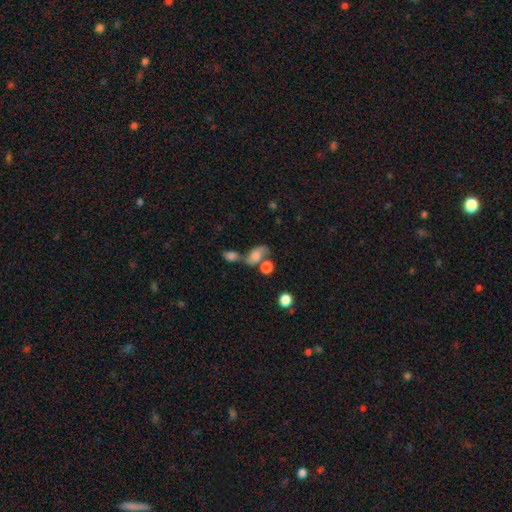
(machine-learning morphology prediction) Q: Smooth or featured?
A: smooth (47%); runner-up: featured or disk (41%)
Q: Merging?
A: merger (40%); runner-up: none (33%)